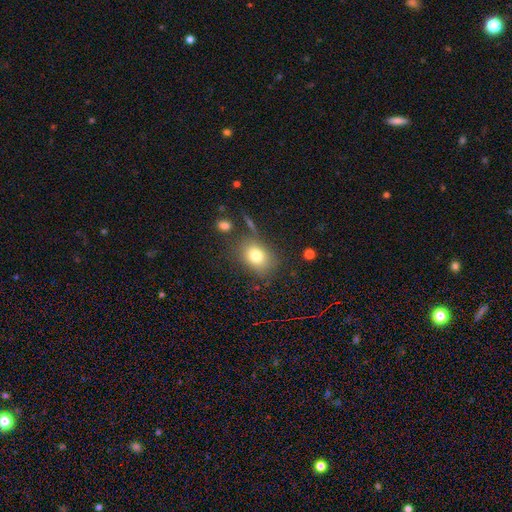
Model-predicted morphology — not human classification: Smooth or featured: smooth — 78% (featured or disk — 11%)
How rounded: in between — 63% (round — 36%)
Merging: none — 73% (minor disturbance — 15%)